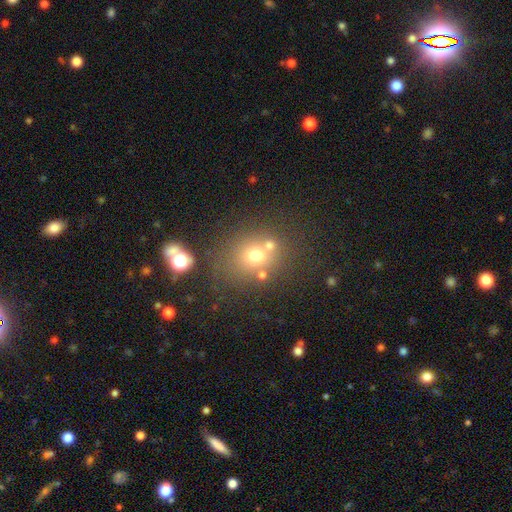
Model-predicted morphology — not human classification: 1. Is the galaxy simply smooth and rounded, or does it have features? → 66% smooth, 19% star or artifact, 15% featured or disk.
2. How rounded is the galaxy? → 73% round, 26% in between, 1% cigar-shaped.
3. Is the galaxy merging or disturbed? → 60% none, 23% merger, 12% minor disturbance, 6% major disturbance.